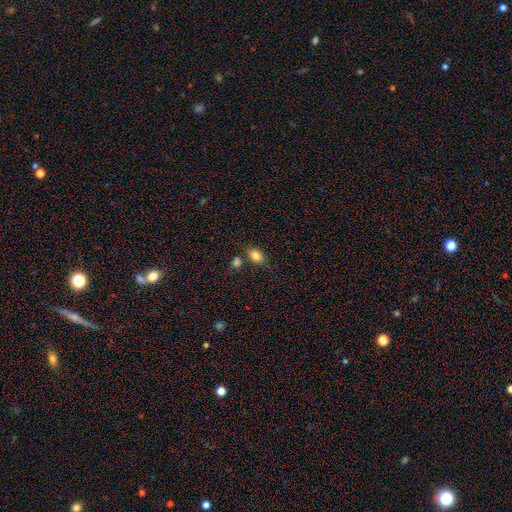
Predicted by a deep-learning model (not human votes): A smooth galaxy with no disk features (83%) that is in between round and cigar-shaped (78%). Merging: none (71%).